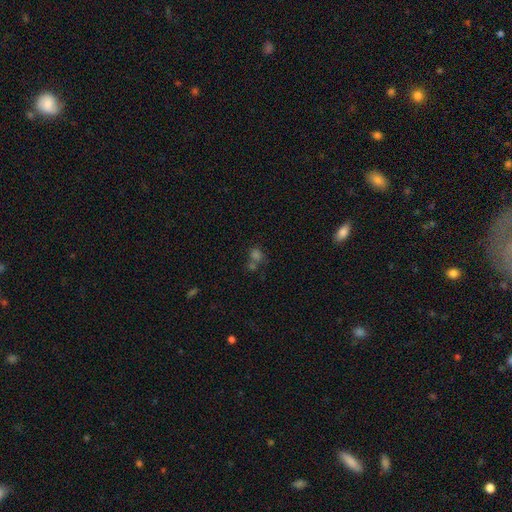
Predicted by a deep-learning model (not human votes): smooth 51%, star or artifact 37%, featured or disk 12%. Down the decision tree: how rounded — round (71%); merging — none (54%).